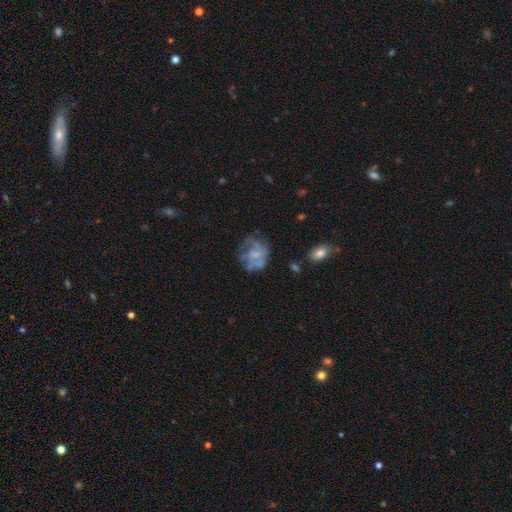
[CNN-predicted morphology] type=featured or disk (63%); edge-on=no (98%); bar=no (73%); spiral arms=yes (52%); bulge=none (41%); merging=none (45%).